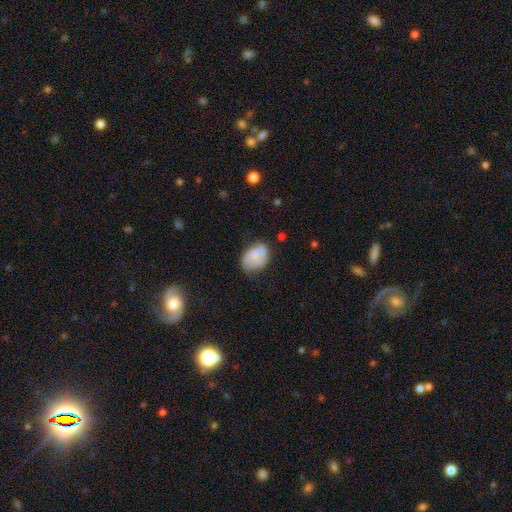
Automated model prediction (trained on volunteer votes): Smooth or featured?
  - smooth: 67% *
  - featured or disk: 25%
  - star or artifact: 8%
How rounded?
  - in between: 79% *
  - round: 20%
  - cigar-shaped: 1%
Merging?
  - none: 54% *
  - minor disturbance: 31%
  - major disturbance: 11%
  - merger: 4%